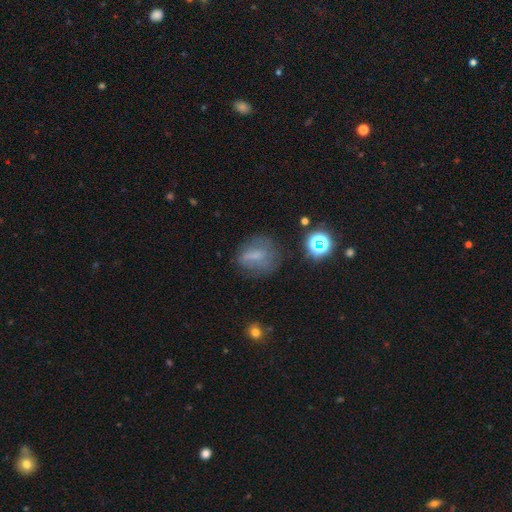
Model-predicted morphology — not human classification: smooth-or-featured: smooth: 51% | featured or disk: 30% | star or artifact: 19%
  how-rounded: round: 50% | in between: 44% | cigar-shaped: 6%
  merging: none: 60% | minor disturbance: 23% | major disturbance: 14% | merger: 3%